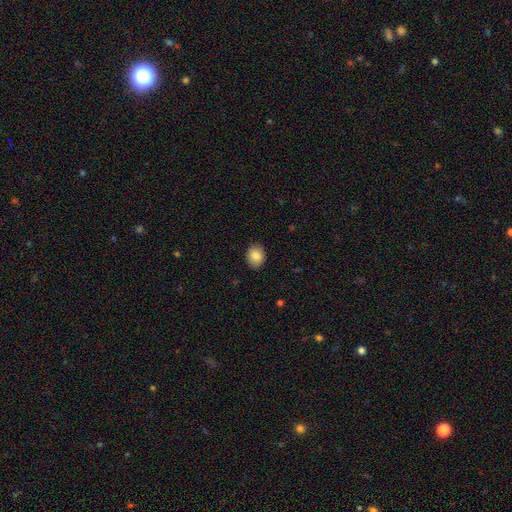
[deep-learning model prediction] Smooth or featured?
  - smooth: 85% *
  - star or artifact: 8%
  - featured or disk: 7%
How rounded?
  - round: 57% *
  - in between: 42%
  - cigar-shaped: 1%
Merging?
  - none: 88% *
  - minor disturbance: 9%
  - major disturbance: 2%
  - merger: 1%